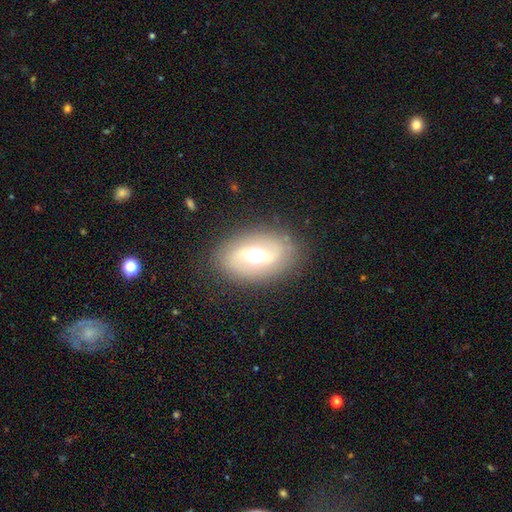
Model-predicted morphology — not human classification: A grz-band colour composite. It shows a featured or disk galaxy (63%) with a weak bar (41%), spiral arms (66%) and a moderate central bulge (56%). Merging: none (82%).